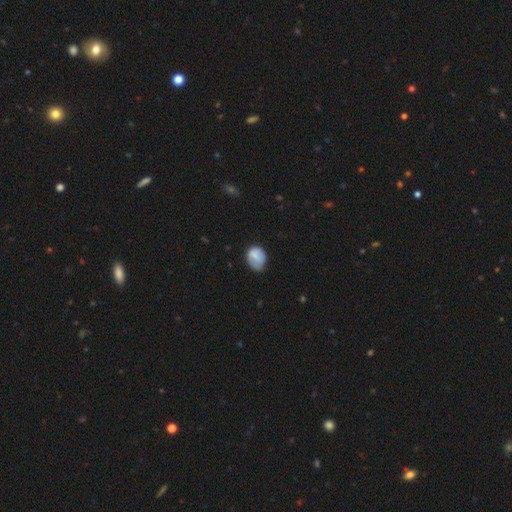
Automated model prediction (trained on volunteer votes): This is likely a smooth galaxy (78%). How rounded: possibly in between (53%). Merging: possibly none (50%).